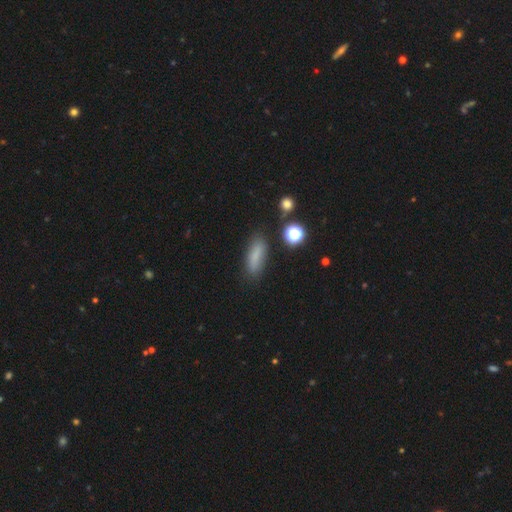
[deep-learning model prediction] A smooth galaxy with no disk features (77%) that is in between round and cigar-shaped (49%).

Vote fractions:
- Smooth or featured? smooth: 77% / featured or disk: 12% / star or artifact: 11%
- How rounded? in between: 49% / cigar-shaped: 47% / round: 4%
- Merging? none: 80% / minor disturbance: 14% / major disturbance: 4% / merger: 3%